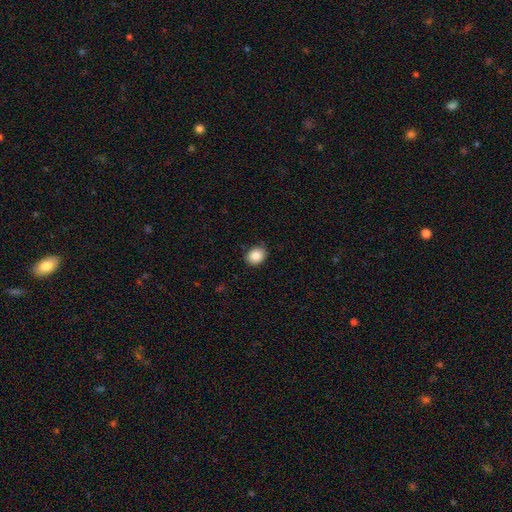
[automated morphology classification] Overall: smooth (87%). How rounded: round (60%; in between 39%). Merging: none (82%).